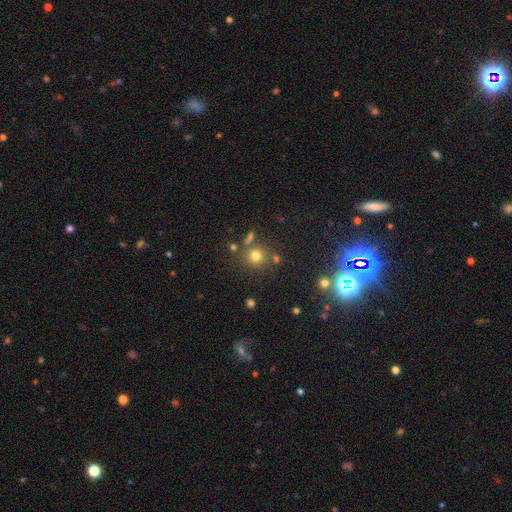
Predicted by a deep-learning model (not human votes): Overall: smooth (73%). How rounded: round (89%). Merging: none (73%).